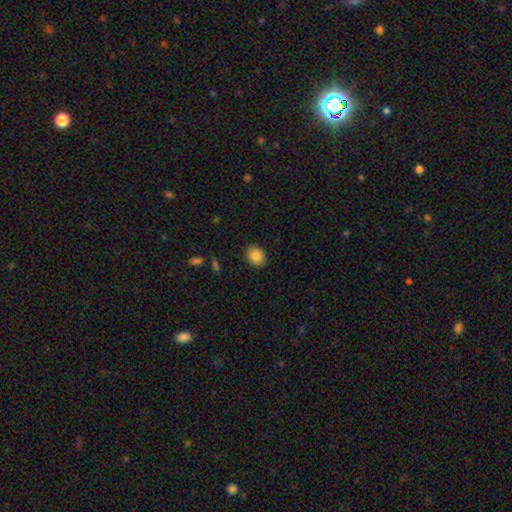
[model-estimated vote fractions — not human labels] Smooth or featured: smooth — 86% (star or artifact — 8%)
How rounded: round — 52% (in between — 47%)
Merging: none — 88% (minor disturbance — 9%)